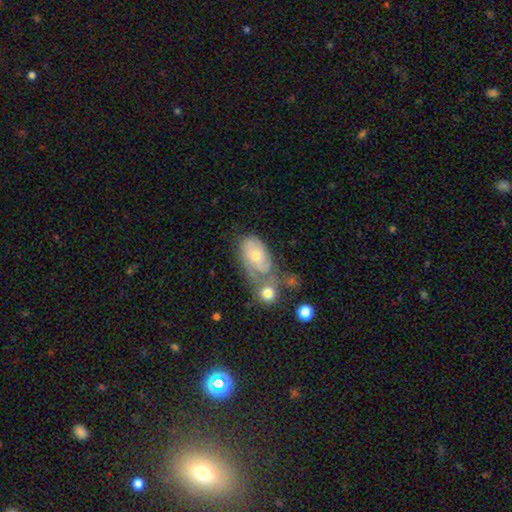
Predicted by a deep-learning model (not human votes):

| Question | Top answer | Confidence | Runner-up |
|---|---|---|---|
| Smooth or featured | featured or disk | 58% | smooth (35%) |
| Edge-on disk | no | 95% | yes (5%) |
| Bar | no | 77% | weak (19%) |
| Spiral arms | yes | 77% | no (23%) |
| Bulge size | moderate | 50% | small (44%) |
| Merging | merger | 32% | none (30%) |